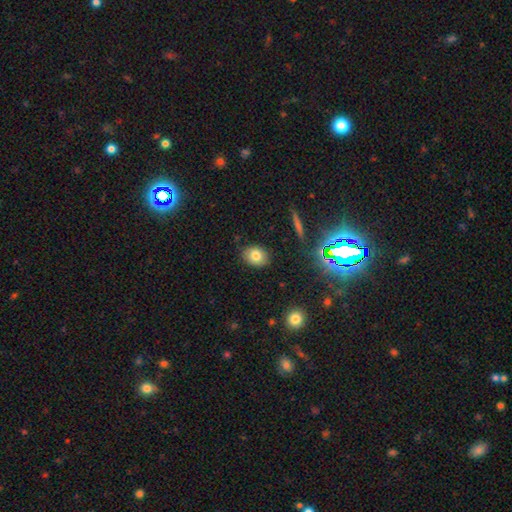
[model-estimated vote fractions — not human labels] Smooth or featured?
  - smooth: 79% *
  - star or artifact: 12%
  - featured or disk: 10%
How rounded?
  - in between: 53% *
  - round: 46%
  - cigar-shaped: 1%
Merging?
  - none: 86% *
  - minor disturbance: 10%
  - major disturbance: 2%
  - merger: 2%